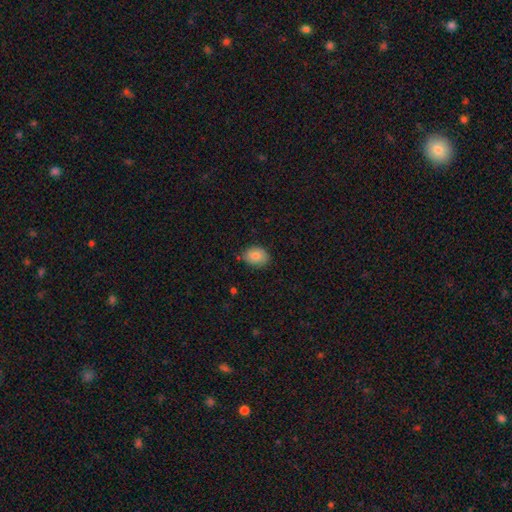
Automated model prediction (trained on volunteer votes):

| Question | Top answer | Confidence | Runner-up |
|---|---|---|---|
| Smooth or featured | smooth | 84% | featured or disk (8%) |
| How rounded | in between | 68% | round (32%) |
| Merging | none | 78% | minor disturbance (18%) |